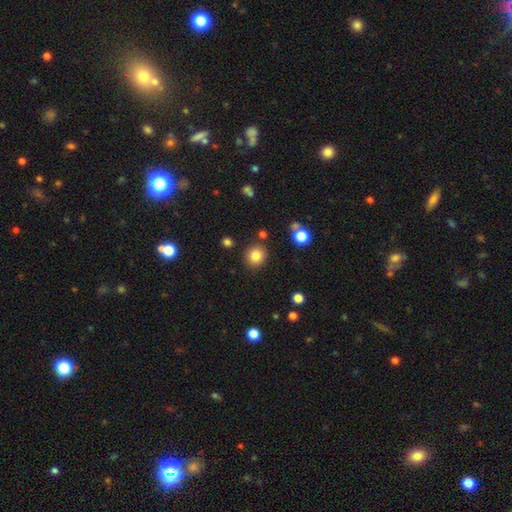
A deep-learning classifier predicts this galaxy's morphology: Smooth or featured? smooth (83%)
How rounded? round (86%)
Merging? none (86%)